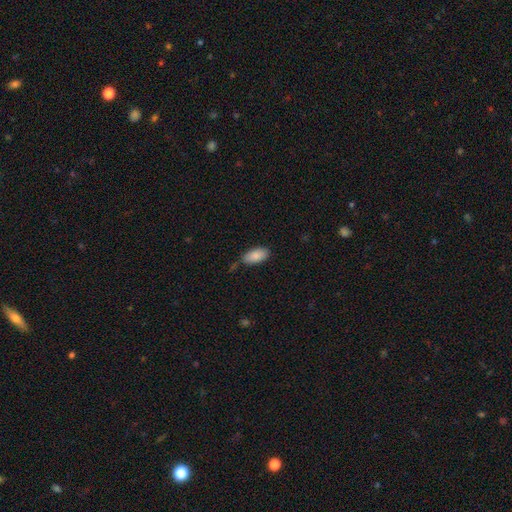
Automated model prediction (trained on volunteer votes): This appears to be a smooth galaxy with no disk features (87%) that is in between round and cigar-shaped (94%). Merging: none (70%).